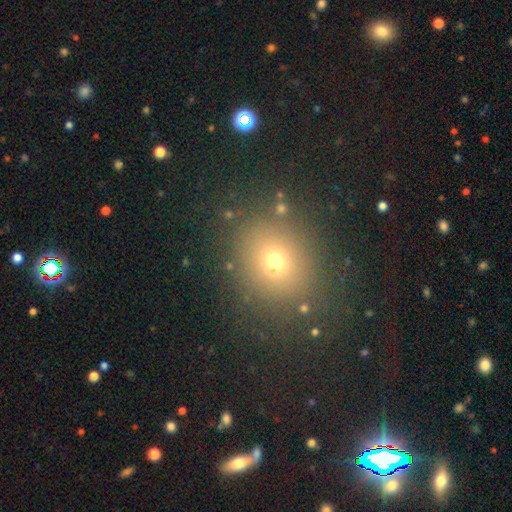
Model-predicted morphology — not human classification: The model was most divided on "smooth or featured": smooth: 58%, star or artifact: 34%, featured or disk: 9%. More confident: merging — none (86%); how rounded — round (72%).